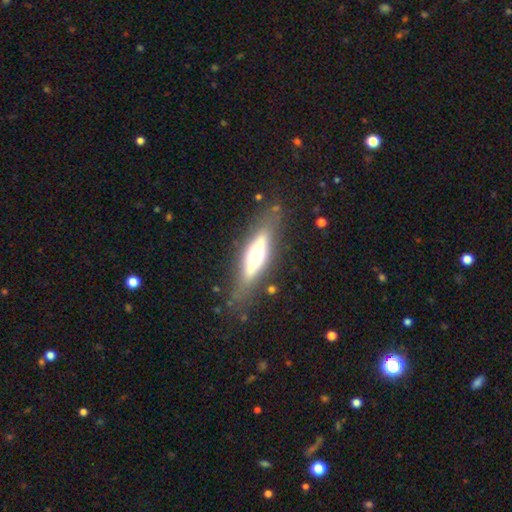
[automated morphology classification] Smooth or featured? featured or disk (55%)
Edge-on disk? yes (79%)
Merging? none (76%)